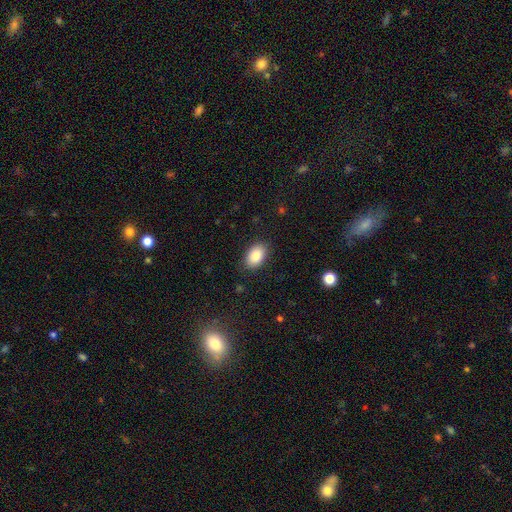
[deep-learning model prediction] A smooth galaxy with no disk features (86%) that is in between round and cigar-shaped (89%).

Vote fractions:
- Smooth or featured? smooth: 86% / star or artifact: 8% / featured or disk: 7%
- How rounded? in between: 89% / round: 10% / cigar-shaped: 1%
- Merging? none: 86% / minor disturbance: 10% / major disturbance: 3% / merger: 1%